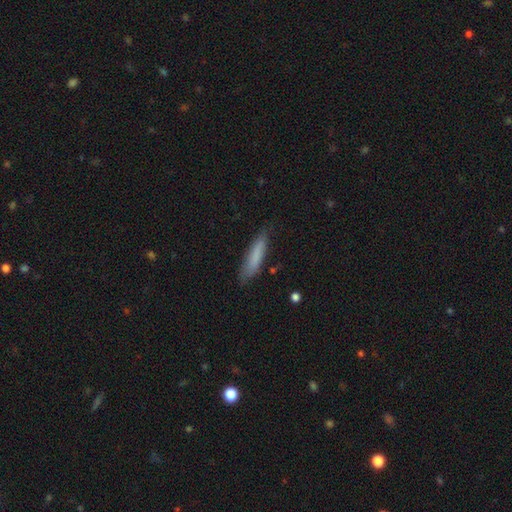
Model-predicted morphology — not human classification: Q: Smooth or featured?
A: smooth (80%); runner-up: featured or disk (14%)
Q: How rounded?
A: cigar-shaped (80%); runner-up: in between (19%)
Q: Merging?
A: none (76%); runner-up: minor disturbance (18%)